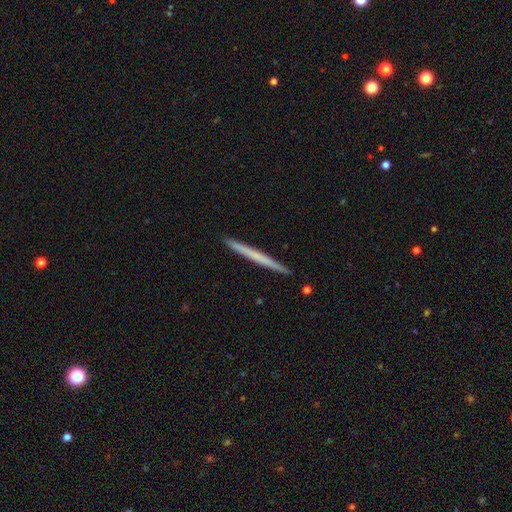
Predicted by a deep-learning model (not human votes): A smooth galaxy with no disk features (51%) that is cigar-shaped (97%). Merging: none (93%).